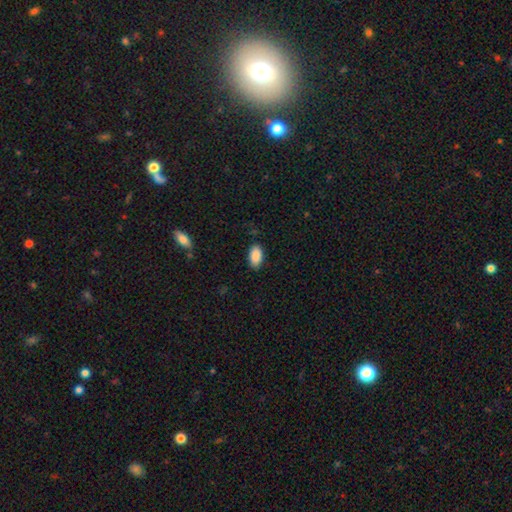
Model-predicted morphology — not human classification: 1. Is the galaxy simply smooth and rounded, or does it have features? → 90% smooth, 7% star or artifact, 4% featured or disk.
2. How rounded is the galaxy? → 94% in between, 4% round, 2% cigar-shaped.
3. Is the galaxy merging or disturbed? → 85% none, 11% minor disturbance, 2% major disturbance, 1% merger.